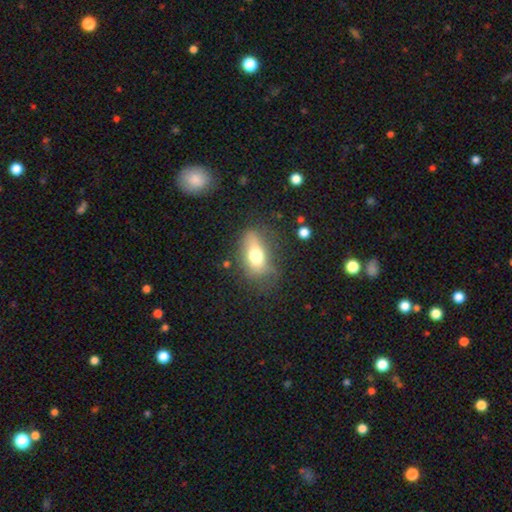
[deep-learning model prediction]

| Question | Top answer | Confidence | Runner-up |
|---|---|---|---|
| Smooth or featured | smooth | 65% | featured or disk (25%) |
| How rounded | in between | 82% | round (11%) |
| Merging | none | 57% | minor disturbance (25%) |